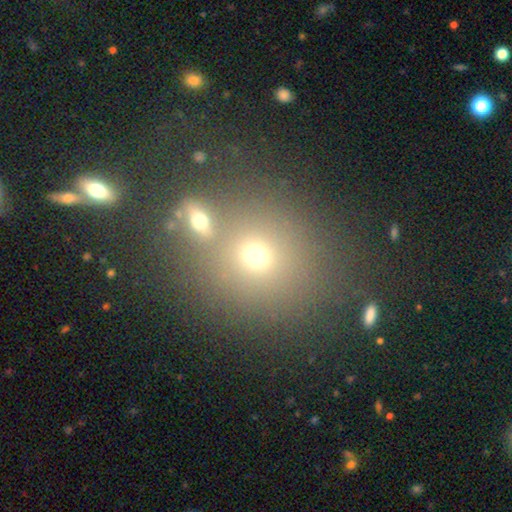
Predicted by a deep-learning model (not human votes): Smooth or featured?
  - smooth: 64% *
  - star or artifact: 22%
  - featured or disk: 14%
How rounded?
  - round: 80% *
  - in between: 19%
  - cigar-shaped: 1%
Merging?
  - none: 58% *
  - merger: 27%
  - minor disturbance: 10%
  - major disturbance: 5%